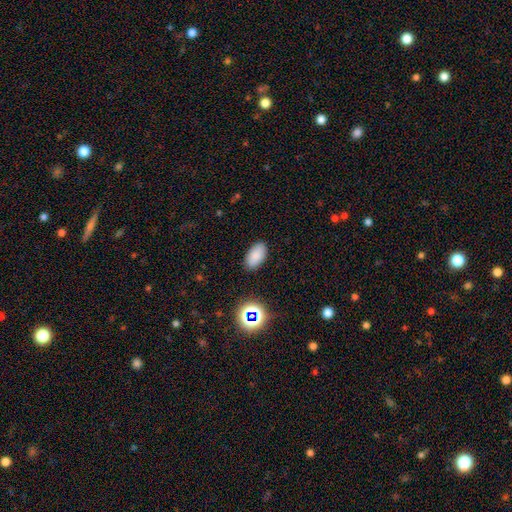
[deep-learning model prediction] This is clearly a smooth galaxy (83%). How rounded: clearly in between (94%). Merging: clearly none (87%).